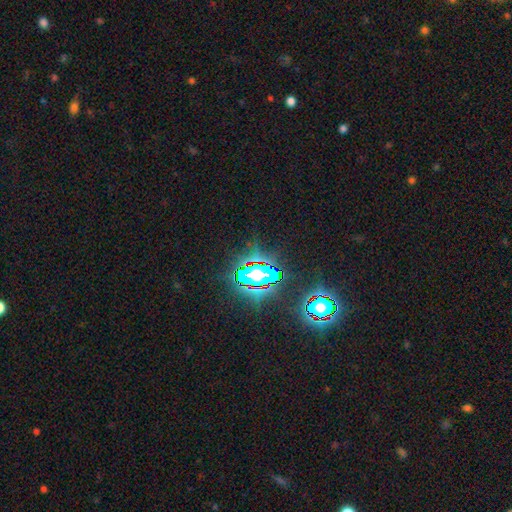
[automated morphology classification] Smooth or featured?
  - star or artifact: 81% *
  - smooth: 11%
  - featured or disk: 8%